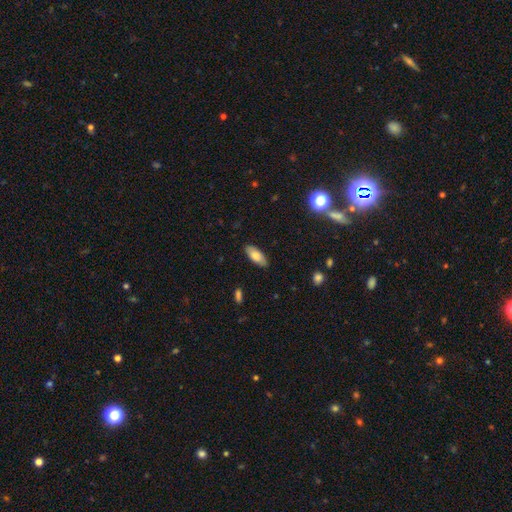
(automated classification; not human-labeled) smooth 78%, featured or disk 15%, star or artifact 7%. Down the decision tree: how rounded — in between (84%); merging — none (86%).